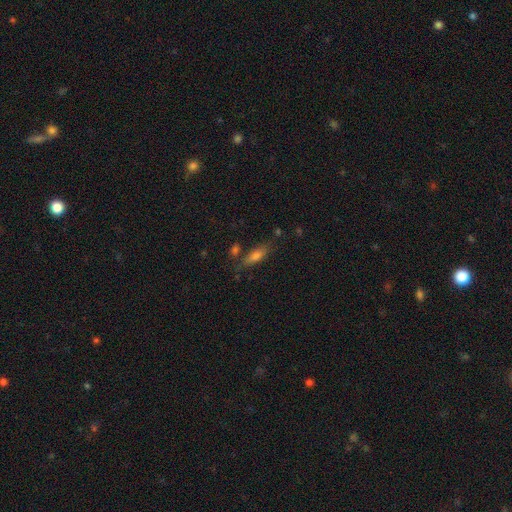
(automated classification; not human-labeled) Smooth or featured: smooth — 70% (featured or disk — 20%)
How rounded: in between — 51% (cigar-shaped — 46%)
Merging: none — 69% (minor disturbance — 17%)